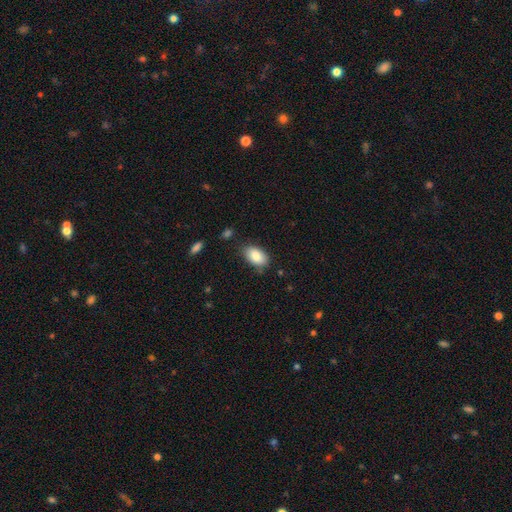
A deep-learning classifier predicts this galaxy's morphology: A smooth galaxy with no disk features (86%) that is in between round and cigar-shaped (93%).

Vote fractions:
- Smooth or featured? smooth: 86% / featured or disk: 7% / star or artifact: 7%
- How rounded? in between: 93% / round: 6% / cigar-shaped: 2%
- Merging? none: 79% / minor disturbance: 16% / major disturbance: 3% / merger: 2%